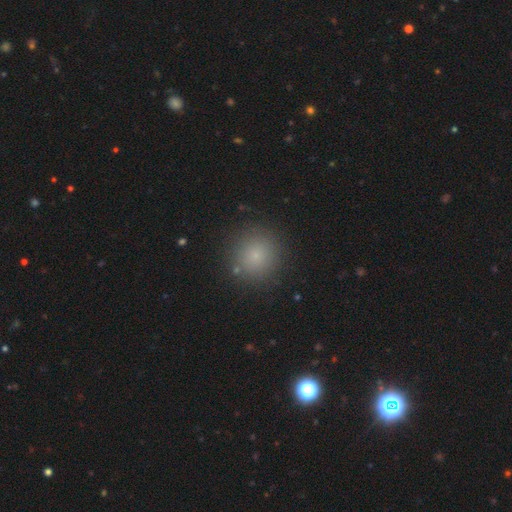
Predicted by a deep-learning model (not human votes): A smooth galaxy with no disk features (78%) that is round (92%).

Vote fractions:
- Smooth or featured? smooth: 78% / star or artifact: 15% / featured or disk: 7%
- How rounded? round: 92% / in between: 7% / cigar-shaped: 1%
- Merging? none: 89% / minor disturbance: 7% / major disturbance: 3% / merger: 2%